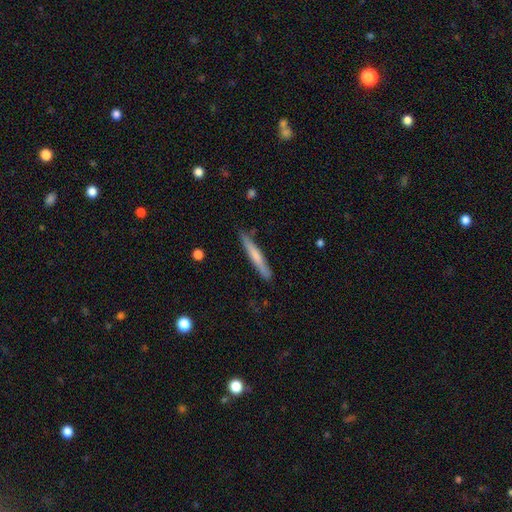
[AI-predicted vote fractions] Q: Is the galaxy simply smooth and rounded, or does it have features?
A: smooth — 59%.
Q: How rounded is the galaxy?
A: cigar-shaped — 95%.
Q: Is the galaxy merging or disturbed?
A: none — 86%.